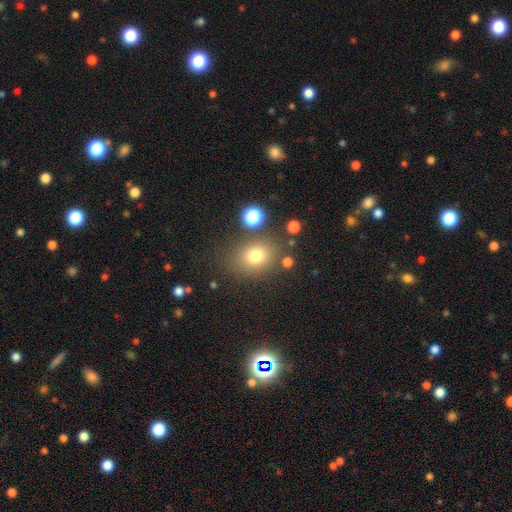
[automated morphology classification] smooth_or_featured: smooth (p=0.74) [alt: star or artifact p=0.16]
how_rounded: round (p=0.53) [alt: in between p=0.46]
merging: none (p=0.77) [alt: minor disturbance p=0.13]